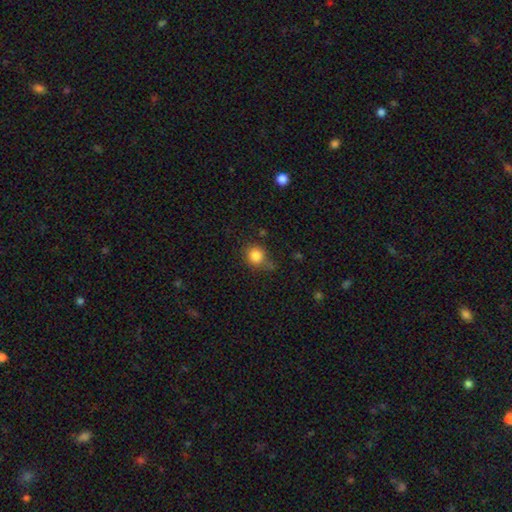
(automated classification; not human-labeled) The model was most divided on "merging": none: 65%, minor disturbance: 22%, major disturbance: 7%, merger: 6%. More confident: how rounded — round (84%); smooth or featured — smooth (84%).